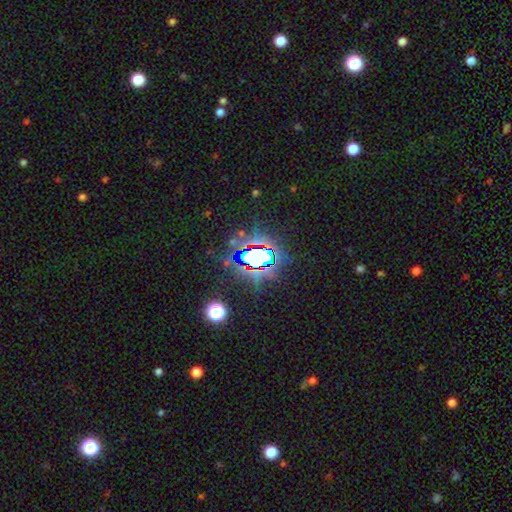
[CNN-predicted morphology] Smooth or featured: star or artifact — 71% (smooth — 18%)